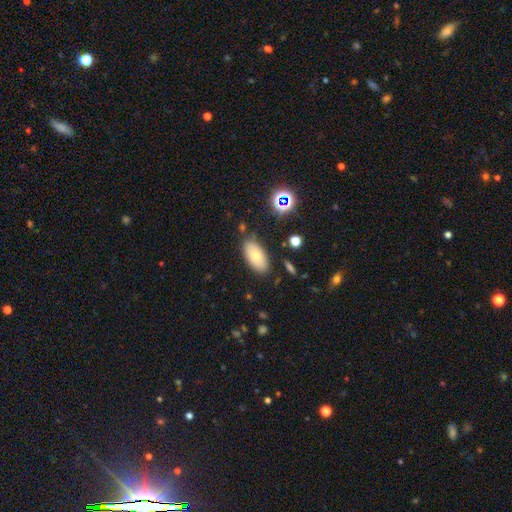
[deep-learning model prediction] smooth-or-featured: smooth: 69% | featured or disk: 21% | star or artifact: 10%
  how-rounded: in between: 93% | round: 4% | cigar-shaped: 3%
  merging: none: 81% | minor disturbance: 13% | major disturbance: 3% | merger: 3%